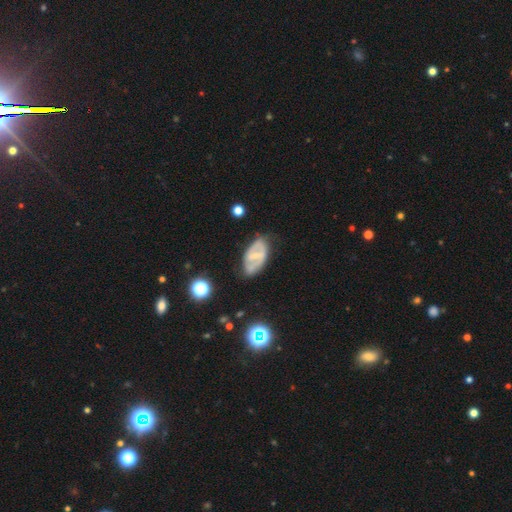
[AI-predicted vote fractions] smooth_or_featured: featured or disk (p=0.65) [alt: smooth p=0.28]
disk_edge_on: no (p=0.93) [alt: yes p=0.07]
bar: weak (p=0.41) [alt: strong p=0.34]
has_spiral_arms: yes (p=0.55) [alt: no p=0.45]
bulge_size: small (p=0.60) [alt: moderate p=0.27]
merging: none (p=0.65) [alt: minor disturbance p=0.25]